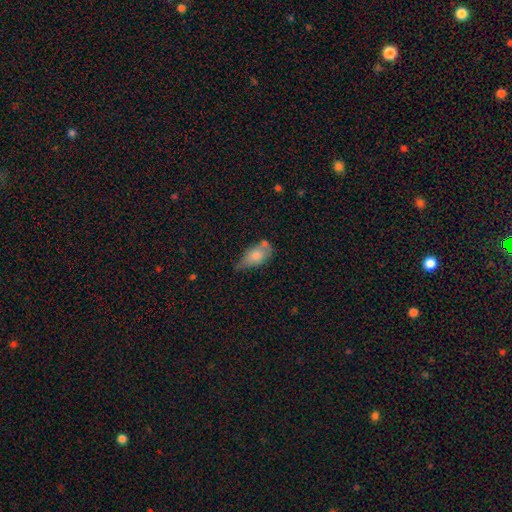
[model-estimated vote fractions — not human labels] Smooth or featured? smooth (73%)
How rounded? in between (87%)
Merging? minor disturbance (37%)